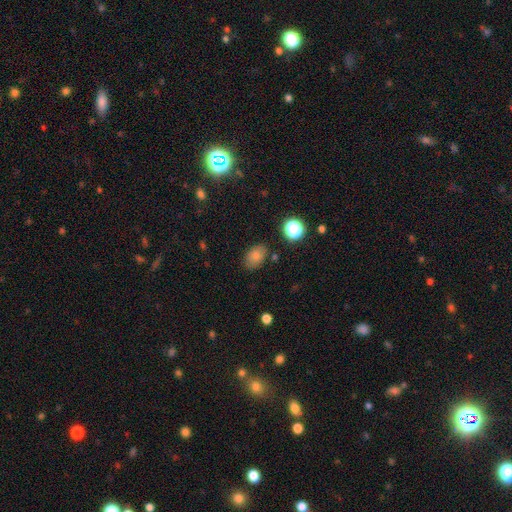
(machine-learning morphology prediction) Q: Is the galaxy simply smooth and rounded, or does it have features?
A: smooth — 78%.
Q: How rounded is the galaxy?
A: in between — 82%.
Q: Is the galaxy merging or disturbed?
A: none — 80%.